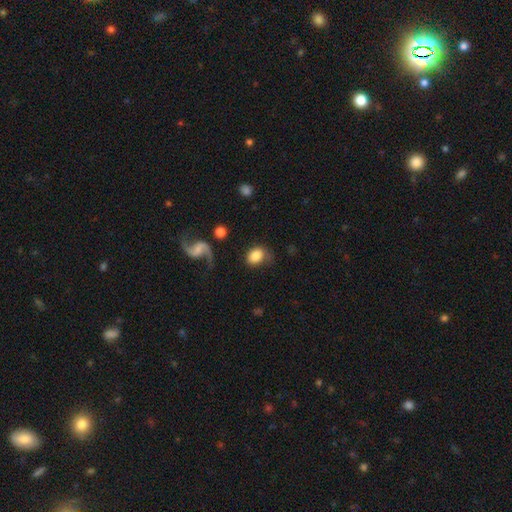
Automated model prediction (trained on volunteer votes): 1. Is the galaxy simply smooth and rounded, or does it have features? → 75% smooth, 17% featured or disk, 8% star or artifact.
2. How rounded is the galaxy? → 60% in between, 39% round, 1% cigar-shaped.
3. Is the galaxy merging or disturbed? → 61% none, 21% minor disturbance, 14% major disturbance, 4% merger.